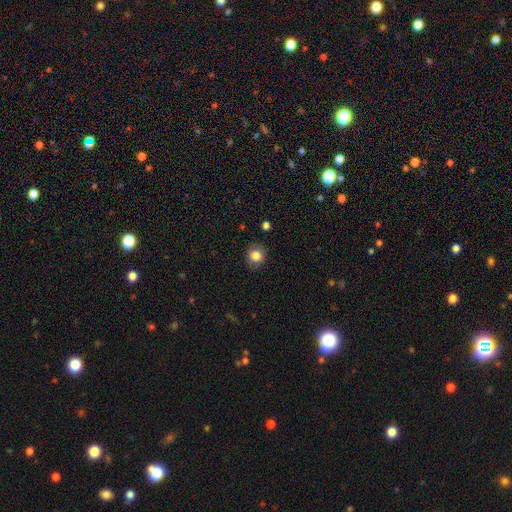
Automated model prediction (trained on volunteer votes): Smooth or featured? smooth (82%)
How rounded? round (82%)
Merging? none (86%)